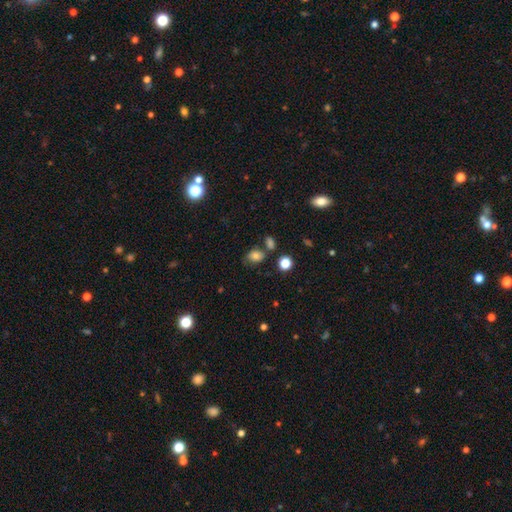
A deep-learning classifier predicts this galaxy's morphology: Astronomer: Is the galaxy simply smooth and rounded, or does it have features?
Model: smooth — 77%.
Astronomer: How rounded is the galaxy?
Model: in between — 65%.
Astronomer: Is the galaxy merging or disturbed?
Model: none — 59%.